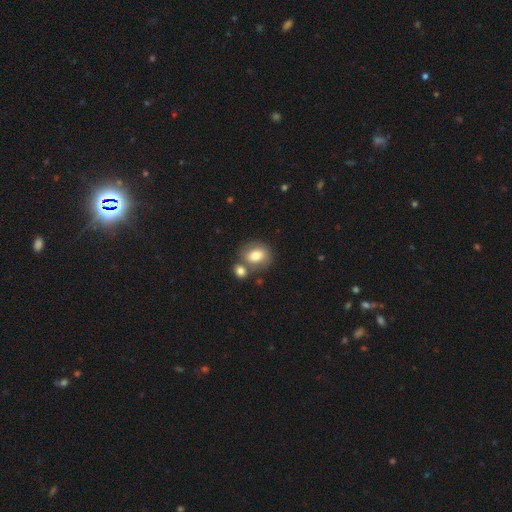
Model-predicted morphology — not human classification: smooth-or-featured: smooth: 77% | featured or disk: 15% | star or artifact: 8%
  how-rounded: in between: 57% | round: 41% | cigar-shaped: 1%
  merging: none: 53% | merger: 32% | minor disturbance: 11% | major disturbance: 4%